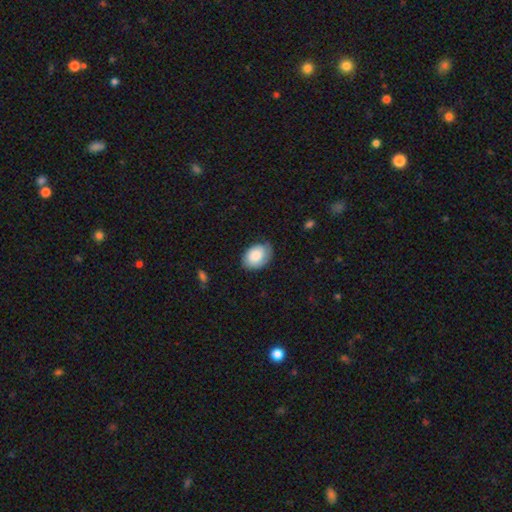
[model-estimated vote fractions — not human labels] Morphology: type=smooth (79%); roundness=in between (82%); merging=none (68%).